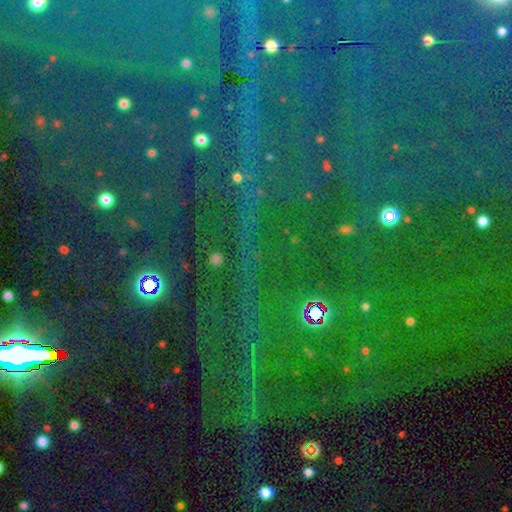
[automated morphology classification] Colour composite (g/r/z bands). It shows a star or artifact, not a galaxy (83%).